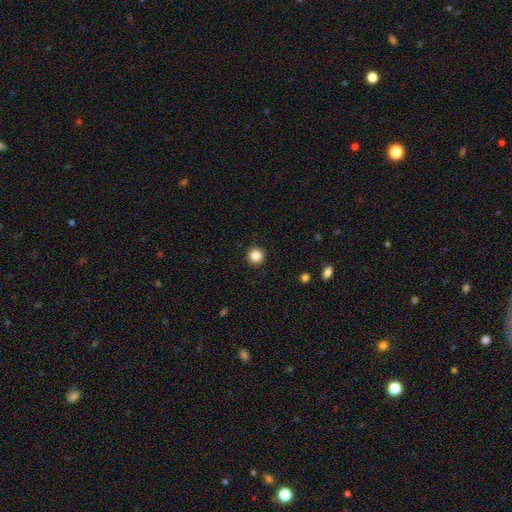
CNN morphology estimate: smooth-or-featured: smooth: 87% | star or artifact: 10% | featured or disk: 3%
  how-rounded: round: 96% | in between: 3% | cigar-shaped: 1%
  merging: none: 93% | minor disturbance: 5% | major disturbance: 2% | merger: 1%